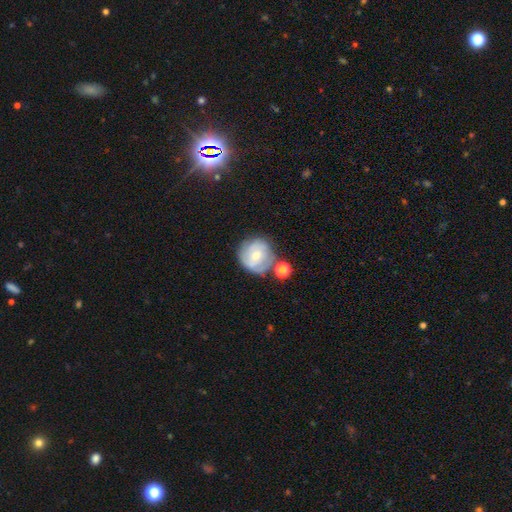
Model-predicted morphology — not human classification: smooth-or-featured: featured or disk: 48% | smooth: 43% | star or artifact: 8%
  merging: none: 55% | minor disturbance: 20% | merger: 16% | major disturbance: 9%